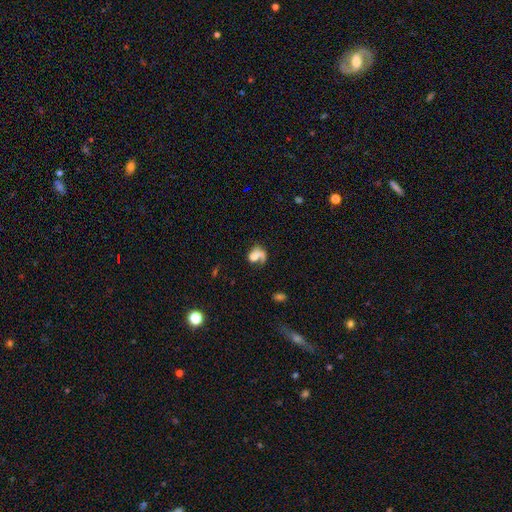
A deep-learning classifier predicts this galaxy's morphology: A featured or disk galaxy (48%).

Vote fractions:
- Smooth or featured? featured or disk: 48% / smooth: 42% / star or artifact: 10%
- Merging? major disturbance: 36% / none: 33% / minor disturbance: 18% / merger: 14%